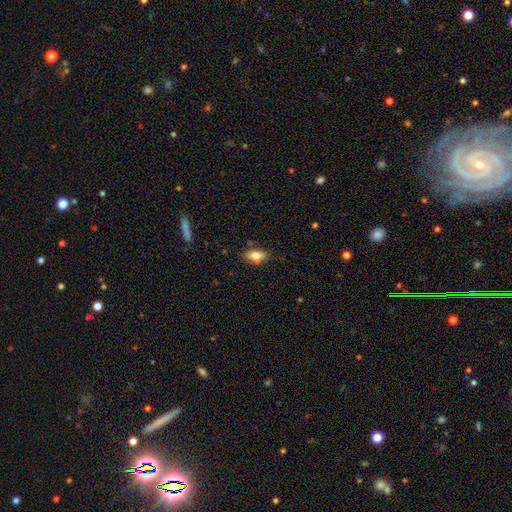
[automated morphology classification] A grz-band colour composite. It shows a smooth galaxy with no disk features (74%) that is in between round and cigar-shaped (84%). Merging: none (79%).